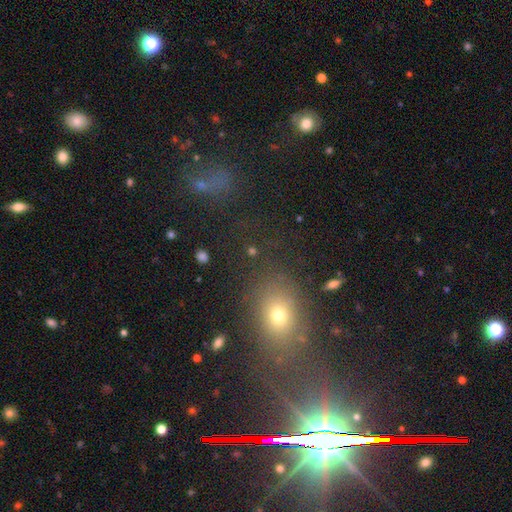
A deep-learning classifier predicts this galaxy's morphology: Smooth or featured?
  - star or artifact: 46% *
  - smooth: 39%
  - featured or disk: 15%